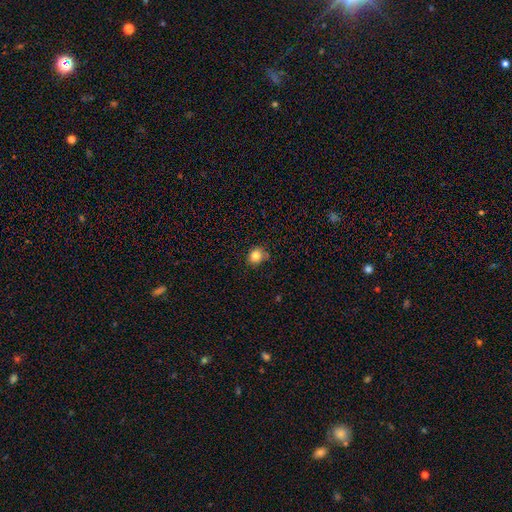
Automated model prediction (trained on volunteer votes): This is clearly a smooth galaxy (82%). How rounded: likely round (77%). Merging: likely none (74%).